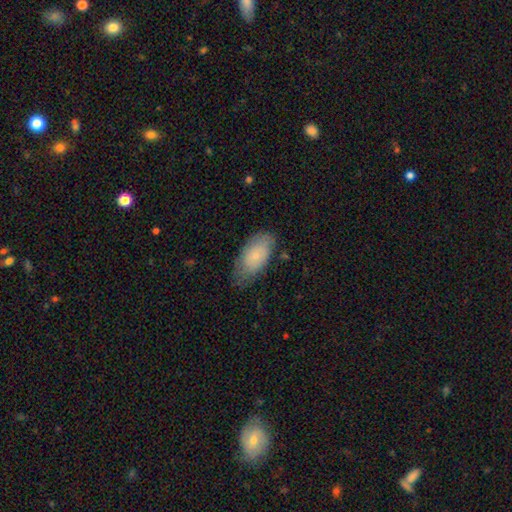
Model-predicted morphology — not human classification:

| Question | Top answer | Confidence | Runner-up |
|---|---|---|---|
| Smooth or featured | smooth | 70% | featured or disk (24%) |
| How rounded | in between | 93% | cigar-shaped (4%) |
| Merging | none | 63% | minor disturbance (28%) |